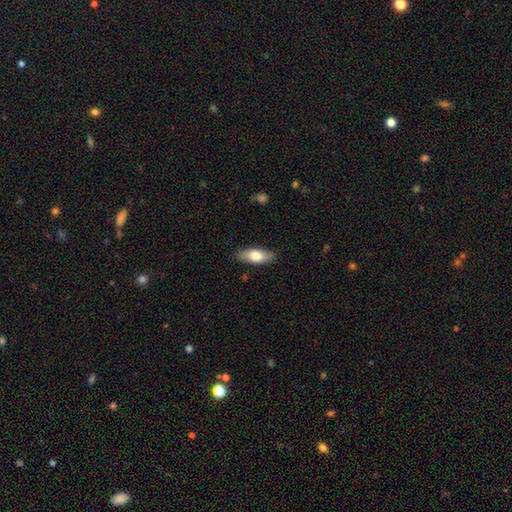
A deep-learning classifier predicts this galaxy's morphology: A smooth galaxy with no disk features (73%) that is in between round and cigar-shaped (76%).

Vote fractions:
- Smooth or featured? smooth: 73% / featured or disk: 21% / star or artifact: 6%
- How rounded? in between: 76% / cigar-shaped: 21% / round: 3%
- Merging? none: 86% / minor disturbance: 11% / major disturbance: 2% / merger: 1%